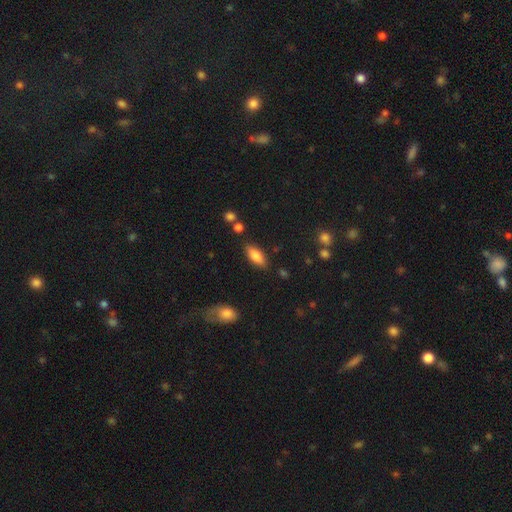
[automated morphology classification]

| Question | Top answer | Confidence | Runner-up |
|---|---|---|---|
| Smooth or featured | smooth | 79% | featured or disk (14%) |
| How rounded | in between | 77% | cigar-shaped (20%) |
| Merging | none | 82% | minor disturbance (12%) |